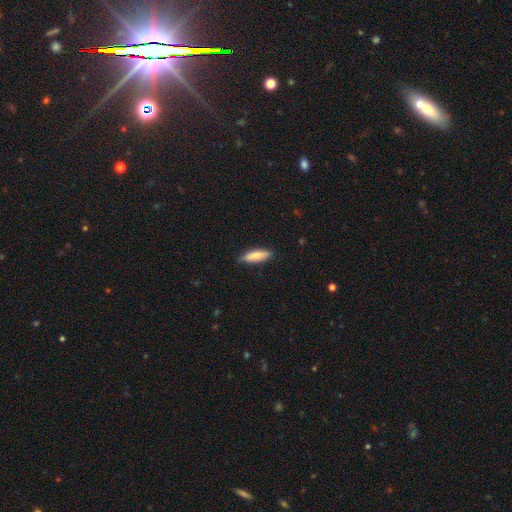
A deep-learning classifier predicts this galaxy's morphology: Smooth or featured: smooth — 81% (featured or disk — 13%)
How rounded: cigar-shaped — 57% (in between — 42%)
Merging: none — 85% (minor disturbance — 12%)